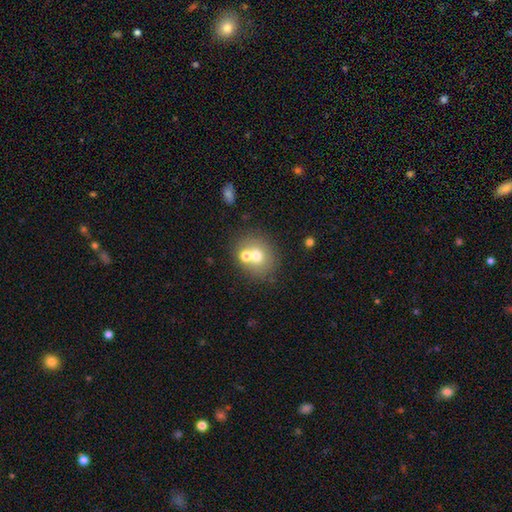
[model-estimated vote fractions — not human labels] Morphology: type=smooth (66%); roundness=round (74%); merging=none (53%).